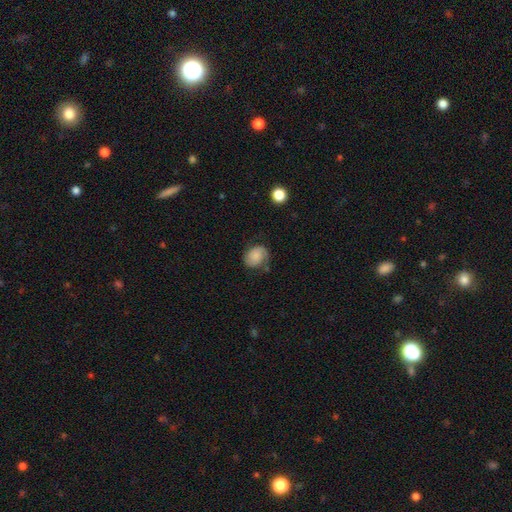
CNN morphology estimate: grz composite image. It shows a smooth galaxy with no disk features (46%). Merging: none (63%).